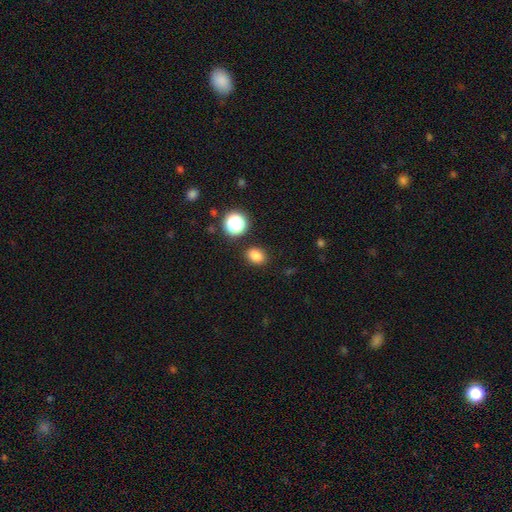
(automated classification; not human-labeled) smooth-or-featured: smooth: 82% | star or artifact: 14% | featured or disk: 5%
  how-rounded: in between: 55% | round: 44% | cigar-shaped: 1%
  merging: none: 86% | minor disturbance: 9% | merger: 3% | major disturbance: 3%